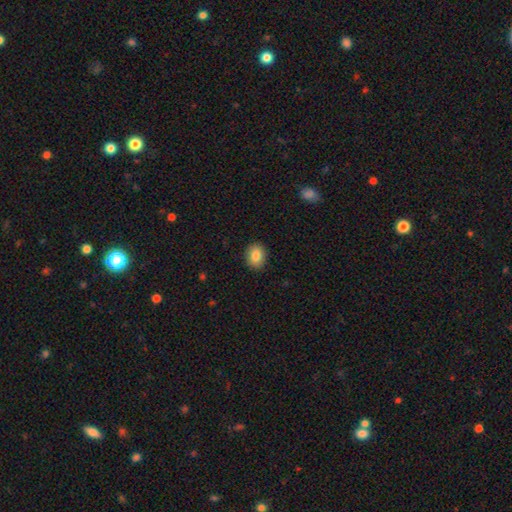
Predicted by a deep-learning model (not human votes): smooth_or_featured: smooth (p=0.86) [alt: star or artifact p=0.08]
how_rounded: in between (p=0.55) [alt: round p=0.44]
merging: none (p=0.90) [alt: minor disturbance p=0.07]